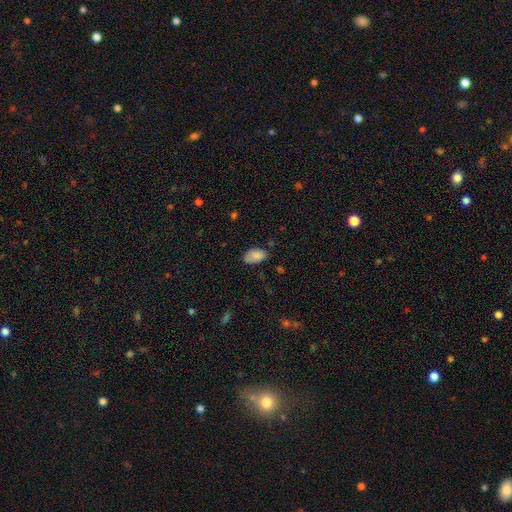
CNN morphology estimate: The model was most divided on "merging": none: 69%, minor disturbance: 24%, major disturbance: 5%, merger: 2%. More confident: how rounded — in between (93%); smooth or featured — smooth (85%).